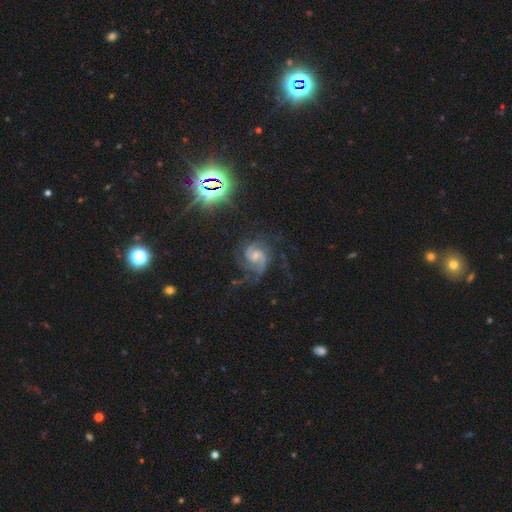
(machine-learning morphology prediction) Overall: featured or disk (84%). Edge-on disk: no (98%). Bar: weak (46%; no 45%). Spiral arms: yes (97%). Spiral arm count: 2 (66%). Spiral winding: medium (52%; tight 30%). Bulge size: small (48%; moderate 40%). Merging: none (61%).